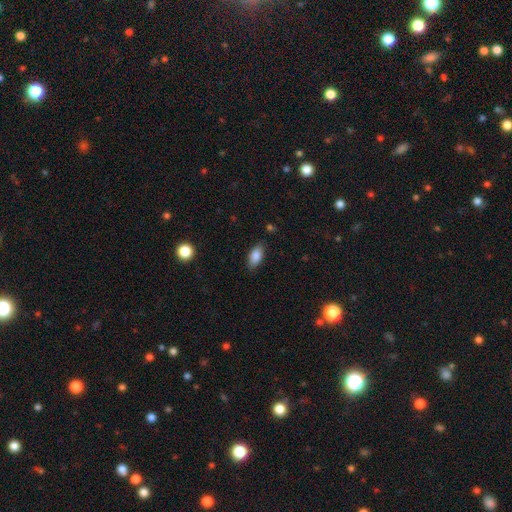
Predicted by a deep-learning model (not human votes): smooth-or-featured: smooth: 85% | featured or disk: 8% | star or artifact: 7%
  how-rounded: in between: 90% | cigar-shaped: 7% | round: 3%
  merging: none: 84% | minor disturbance: 12% | major disturbance: 3% | merger: 1%